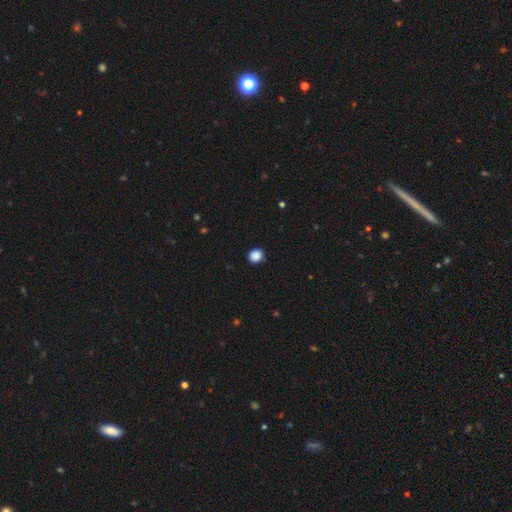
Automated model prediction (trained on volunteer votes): Q: Smooth or featured?
A: smooth (88%); runner-up: star or artifact (9%)
Q: How rounded?
A: round (77%); runner-up: in between (22%)
Q: Merging?
A: none (91%); runner-up: minor disturbance (6%)